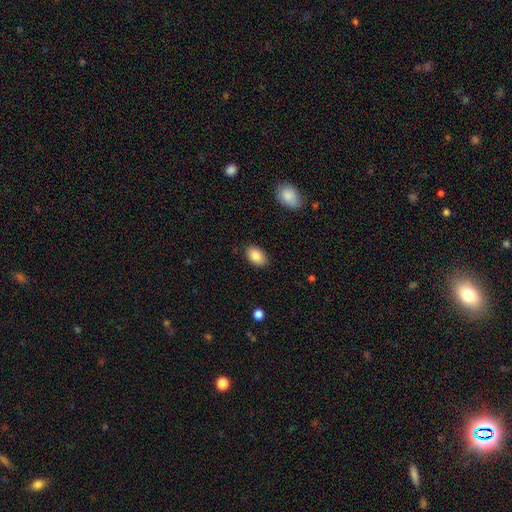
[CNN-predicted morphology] smooth-or-featured: smooth: 87% | star or artifact: 7% | featured or disk: 6%
  how-rounded: in between: 92% | round: 7% | cigar-shaped: 1%
  merging: none: 86% | minor disturbance: 10% | major disturbance: 2% | merger: 1%